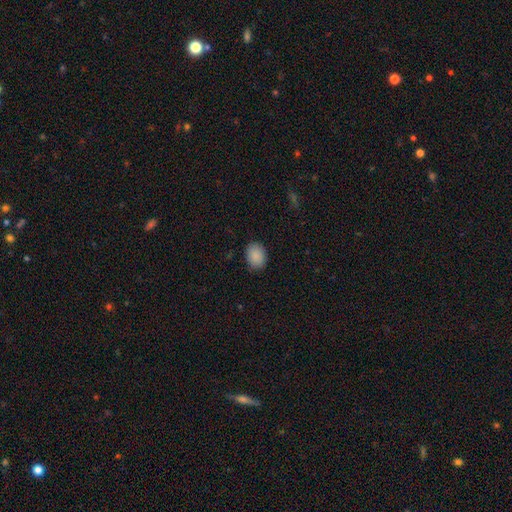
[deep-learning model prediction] Q: Smooth or featured?
A: smooth (89%); runner-up: star or artifact (7%)
Q: How rounded?
A: in between (65%); runner-up: round (34%)
Q: Merging?
A: none (86%); runner-up: minor disturbance (11%)